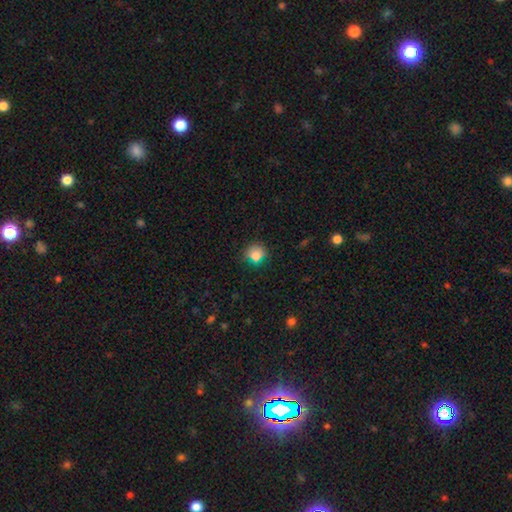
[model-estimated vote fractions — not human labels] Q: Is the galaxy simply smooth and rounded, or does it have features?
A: smooth — 78%.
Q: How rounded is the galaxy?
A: round — 84%.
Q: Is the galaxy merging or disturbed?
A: none — 73%.